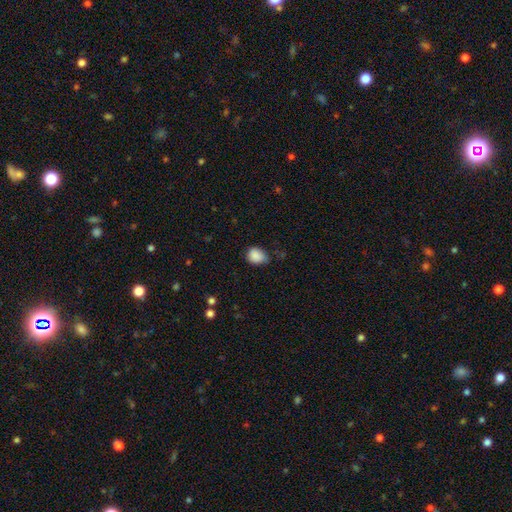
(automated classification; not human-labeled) Smooth or featured: smooth — 88% (star or artifact — 9%)
How rounded: in between — 50% (round — 49%)
Merging: none — 57% (minor disturbance — 35%)